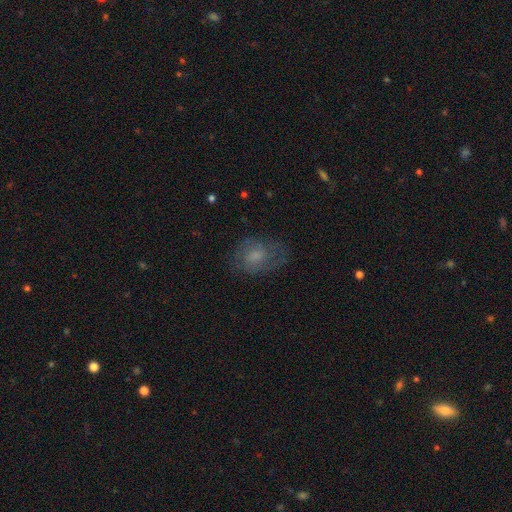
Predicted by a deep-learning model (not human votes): smooth-or-featured: smooth: 48% | featured or disk: 40% | star or artifact: 11%
  merging: none: 62% | minor disturbance: 22% | major disturbance: 15% | merger: 1%